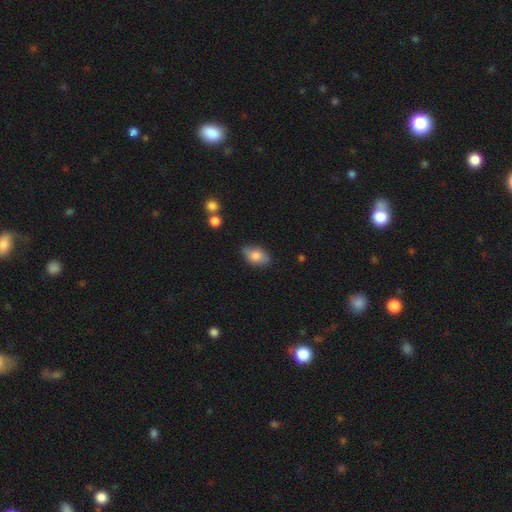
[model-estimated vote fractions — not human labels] smooth 77%, featured or disk 16%, star or artifact 7%. Down the decision tree: how rounded — in between (89%); merging — none (76%).